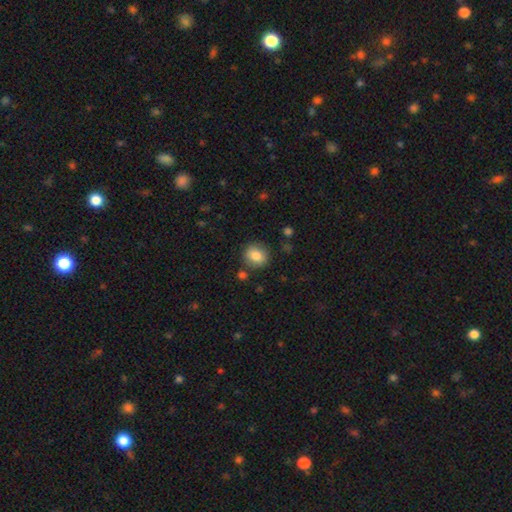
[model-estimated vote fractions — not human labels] Morphology: type=smooth (84%); roundness=round (73%); merging=none (81%).